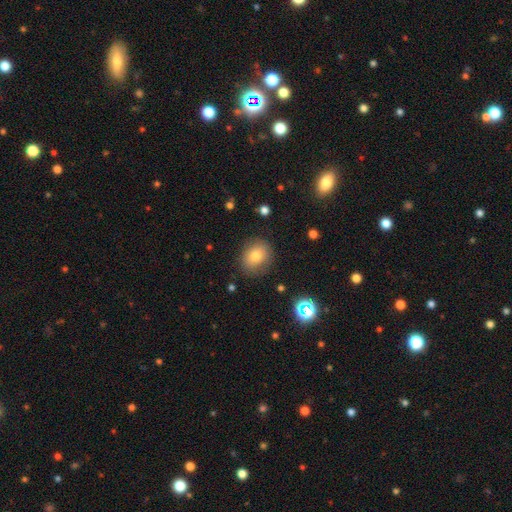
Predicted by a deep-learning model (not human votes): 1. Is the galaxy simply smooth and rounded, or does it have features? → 76% smooth, 12% featured or disk, 12% star or artifact.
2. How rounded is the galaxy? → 56% round, 43% in between, 1% cigar-shaped.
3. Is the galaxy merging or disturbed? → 82% none, 13% minor disturbance, 4% major disturbance, 1% merger.